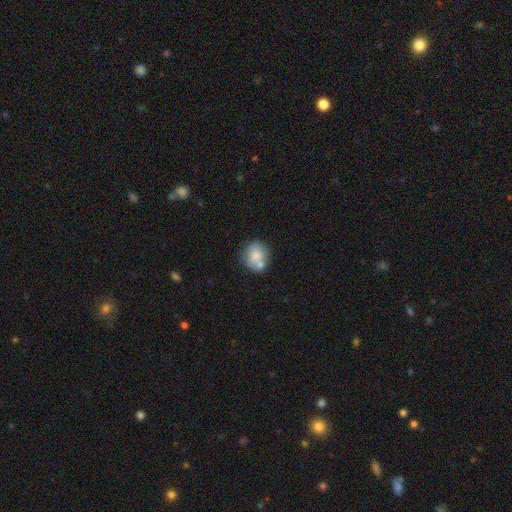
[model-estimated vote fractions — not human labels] The model was most divided on "merging": none: 51%, merger: 27%, minor disturbance: 17%, major disturbance: 5%. More confident: smooth or featured — smooth (75%); how rounded — round (66%).